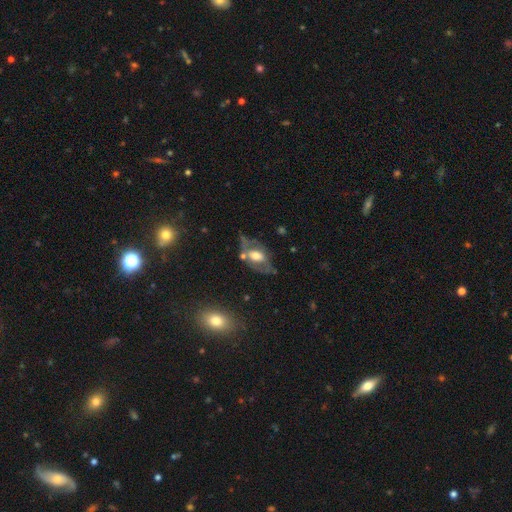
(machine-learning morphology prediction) type=featured or disk (56%); edge-on=no (85%); merging=none (49%).